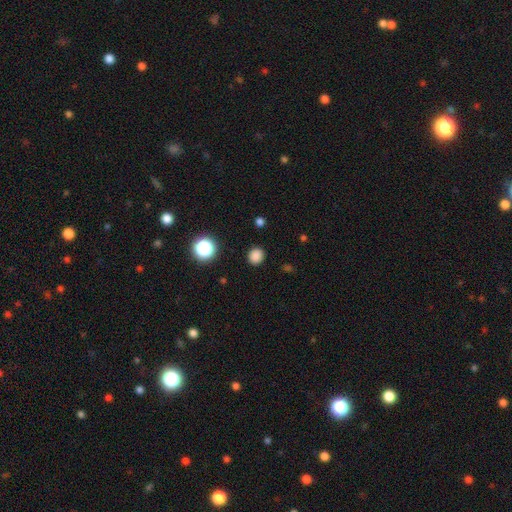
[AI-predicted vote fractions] Overall: smooth (83%). How rounded: round (83%). Merging: none (90%).